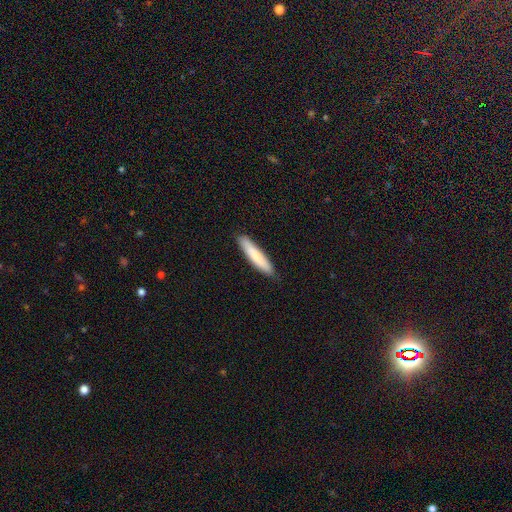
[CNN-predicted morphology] Smooth or featured? smooth (79%)
How rounded? cigar-shaped (86%)
Merging? none (87%)